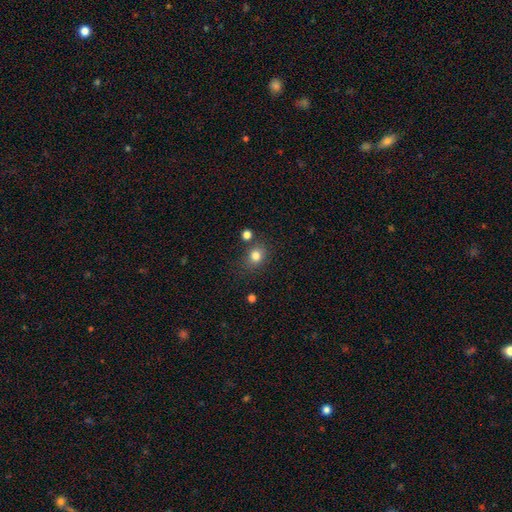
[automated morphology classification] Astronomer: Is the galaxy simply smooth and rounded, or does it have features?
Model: smooth — 81%.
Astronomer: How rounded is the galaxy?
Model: round — 65%.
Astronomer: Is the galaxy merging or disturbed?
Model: none — 73%.